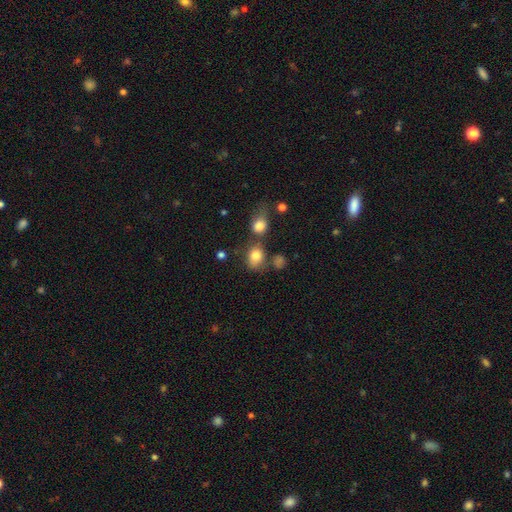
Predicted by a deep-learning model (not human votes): Smooth or featured? Predicted: smooth (p=0.80). How rounded? Predicted: in between (p=0.51). Merging? Predicted: none (p=0.53).